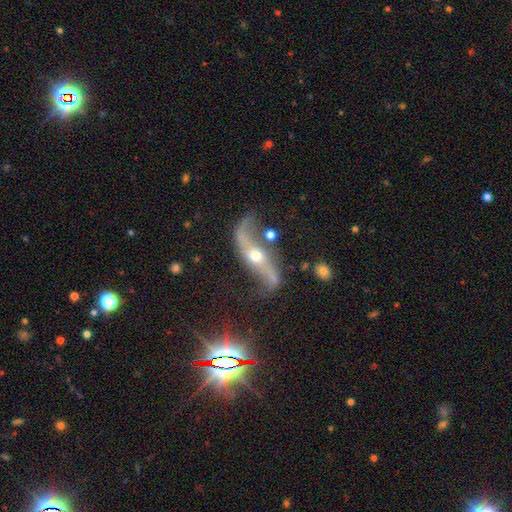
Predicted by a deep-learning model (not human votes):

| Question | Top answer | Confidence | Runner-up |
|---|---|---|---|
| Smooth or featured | featured or disk | 84% | smooth (9%) |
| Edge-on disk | no | 81% | yes (19%) |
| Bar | no | 52% | weak (27%) |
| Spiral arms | yes | 91% | no (9%) |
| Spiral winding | loose | 89% | medium (8%) |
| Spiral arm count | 2 | 92% | 1 (3%) |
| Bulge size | moderate | 70% | small (20%) |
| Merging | none | 56% | minor disturbance (21%) |